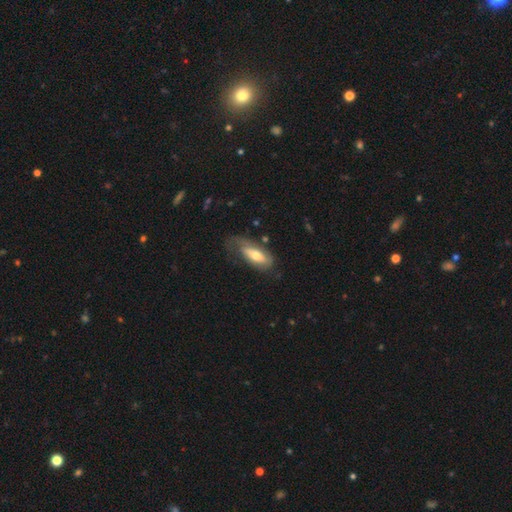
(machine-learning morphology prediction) A smooth galaxy with no disk features (53%) that is in between round and cigar-shaped (79%).

Vote fractions:
- Smooth or featured? smooth: 53% / featured or disk: 42% / star or artifact: 6%
- How rounded? in between: 79% / cigar-shaped: 18% / round: 3%
- Merging? none: 39% / minor disturbance: 30% / major disturbance: 28% / merger: 3%